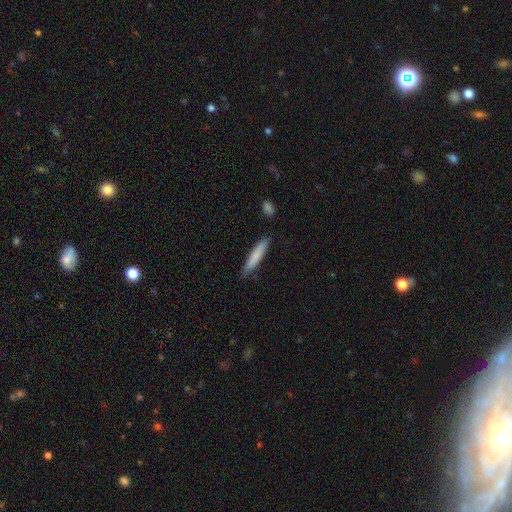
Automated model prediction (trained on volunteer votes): This appears to be a smooth galaxy with no disk features (79%) that is cigar-shaped (91%). Merging: none (84%).